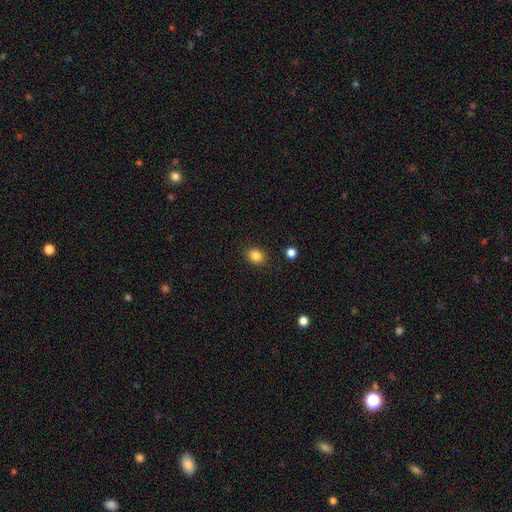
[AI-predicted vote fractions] Overall: smooth (85%). How rounded: in between (51%; round 49%). Merging: none (87%).